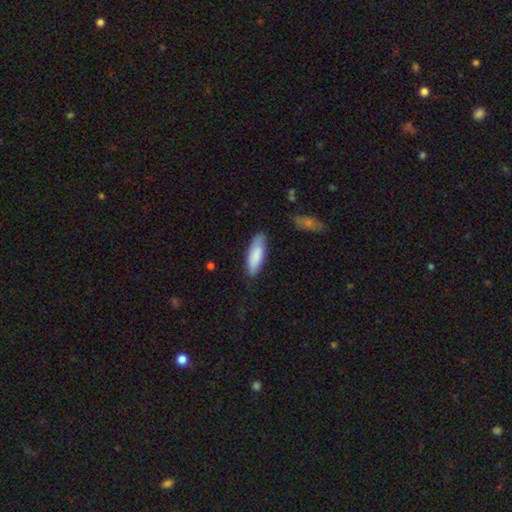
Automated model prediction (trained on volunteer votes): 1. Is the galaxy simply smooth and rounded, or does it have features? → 84% smooth, 11% featured or disk, 5% star or artifact.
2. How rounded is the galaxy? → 56% in between, 42% cigar-shaped, 2% round.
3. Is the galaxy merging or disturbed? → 79% none, 16% minor disturbance, 3% major disturbance, 2% merger.